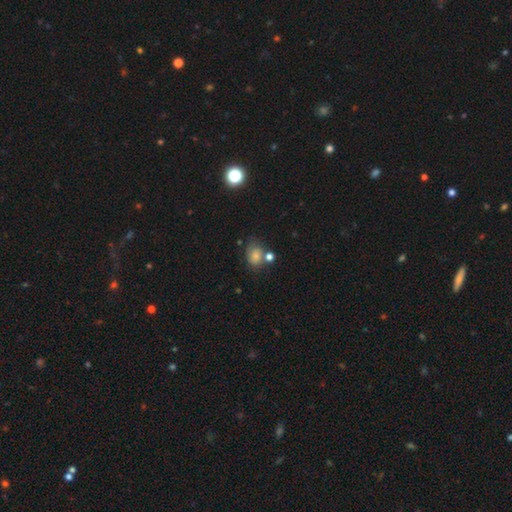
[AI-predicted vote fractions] A smooth galaxy with no disk features (69%) that is in between round and cigar-shaped (59%).

Vote fractions:
- Smooth or featured? smooth: 69% / featured or disk: 18% / star or artifact: 13%
- How rounded? in between: 59% / round: 40% / cigar-shaped: 1%
- Merging? none: 50% / minor disturbance: 23% / merger: 18% / major disturbance: 9%